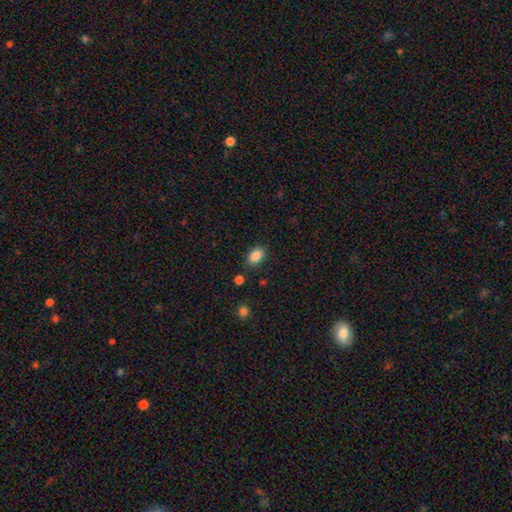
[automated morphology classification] A smooth galaxy with no disk features (87%) that is in between round and cigar-shaped (85%).

Vote fractions:
- Smooth or featured? smooth: 87% / star or artifact: 9% / featured or disk: 4%
- How rounded? in between: 85% / round: 13% / cigar-shaped: 1%
- Merging? none: 83% / minor disturbance: 12% / major disturbance: 3% / merger: 3%